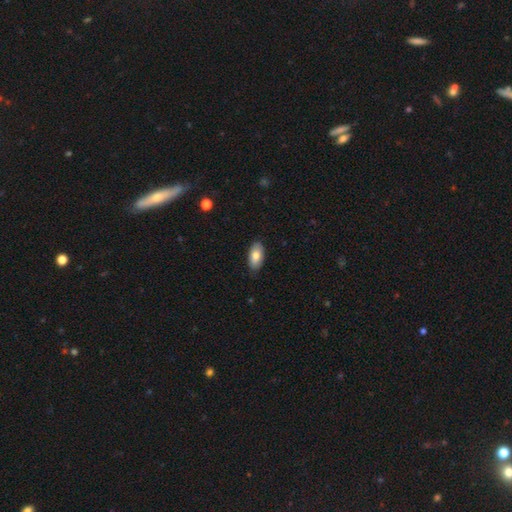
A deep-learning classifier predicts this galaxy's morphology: A smooth galaxy with no disk features (78%) that is in between round and cigar-shaped (94%). Merging: none (85%).